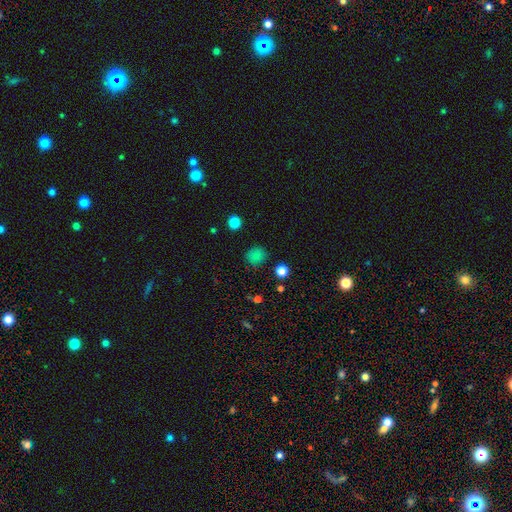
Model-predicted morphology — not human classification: Smooth or featured? Predicted: smooth (p=0.74). How rounded? Predicted: round (p=0.86). Merging? Predicted: none (p=0.83).